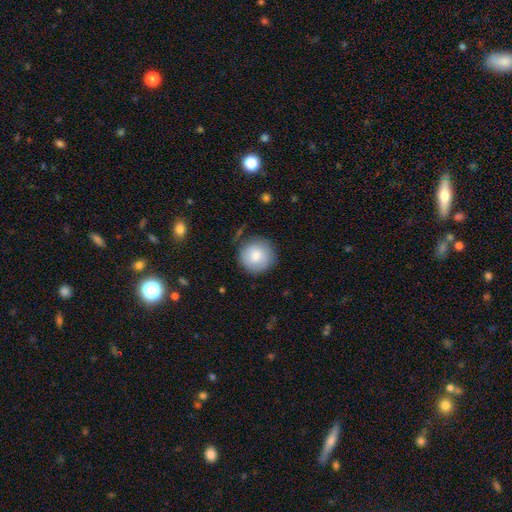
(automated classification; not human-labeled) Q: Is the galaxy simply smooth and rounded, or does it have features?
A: smooth — 77%.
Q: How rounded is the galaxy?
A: round — 94%.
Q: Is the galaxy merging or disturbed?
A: none — 82%.